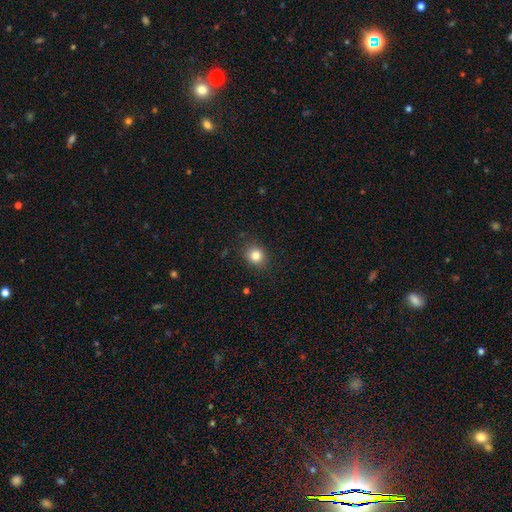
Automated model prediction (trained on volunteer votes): Overall: smooth (82%). How rounded: round (76%). Merging: none (85%).